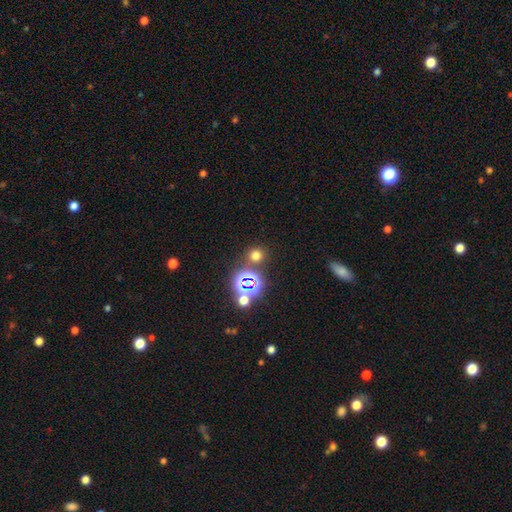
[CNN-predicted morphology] smooth 61%, star or artifact 32%, featured or disk 6%. Down the decision tree: how rounded — round (89%); merging — none (81%).